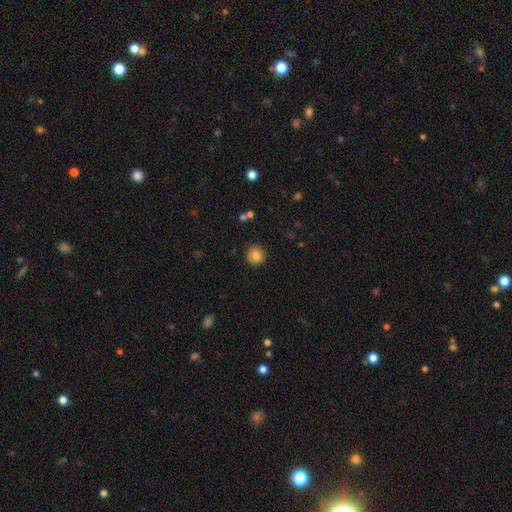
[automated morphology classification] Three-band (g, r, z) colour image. It shows a smooth galaxy with no disk features (83%) that is round (92%). Merging: none (90%).